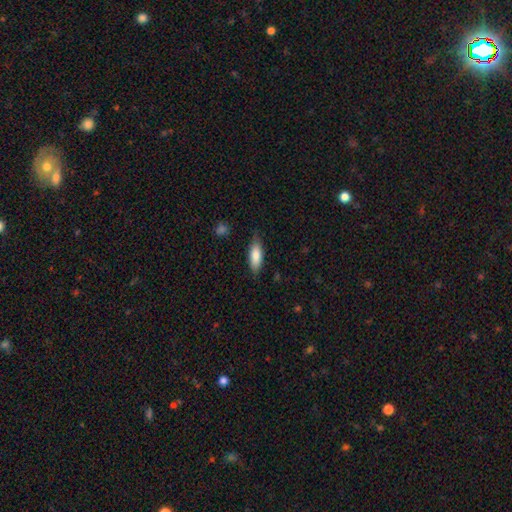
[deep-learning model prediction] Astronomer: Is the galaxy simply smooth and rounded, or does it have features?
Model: smooth — 82%.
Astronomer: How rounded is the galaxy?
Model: in between — 65%.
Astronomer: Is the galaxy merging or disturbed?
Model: none — 77%.